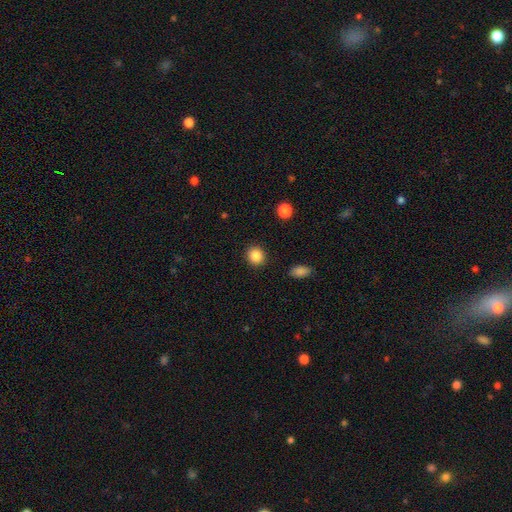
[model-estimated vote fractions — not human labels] Smooth or featured?
  - smooth: 87% *
  - star or artifact: 9%
  - featured or disk: 3%
How rounded?
  - round: 80% *
  - in between: 20%
  - cigar-shaped: 1%
Merging?
  - none: 90% *
  - minor disturbance: 6%
  - major disturbance: 2%
  - merger: 1%